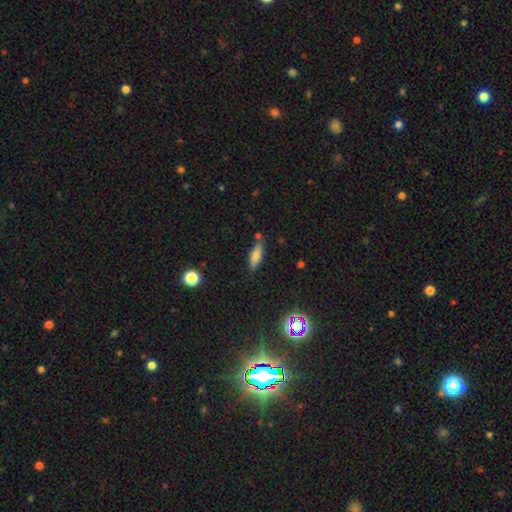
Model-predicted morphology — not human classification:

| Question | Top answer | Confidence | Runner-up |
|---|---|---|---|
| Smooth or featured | smooth | 73% | featured or disk (17%) |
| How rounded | in between | 54% | cigar-shaped (43%) |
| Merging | none | 74% | minor disturbance (15%) |